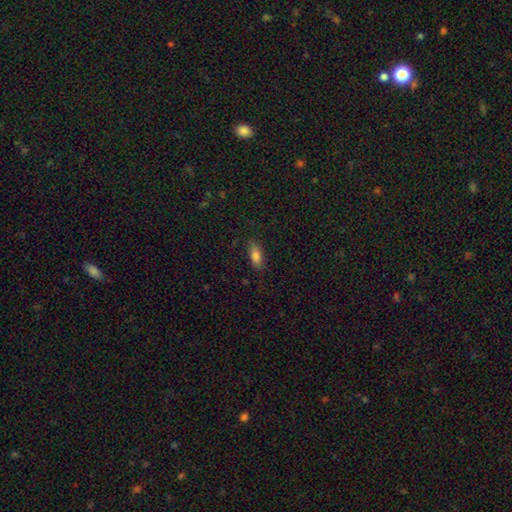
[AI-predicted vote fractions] Smooth or featured?
  - smooth: 82% *
  - featured or disk: 9%
  - star or artifact: 8%
How rounded?
  - in between: 81% *
  - cigar-shaped: 16%
  - round: 3%
Merging?
  - none: 82% *
  - minor disturbance: 14%
  - major disturbance: 3%
  - merger: 1%